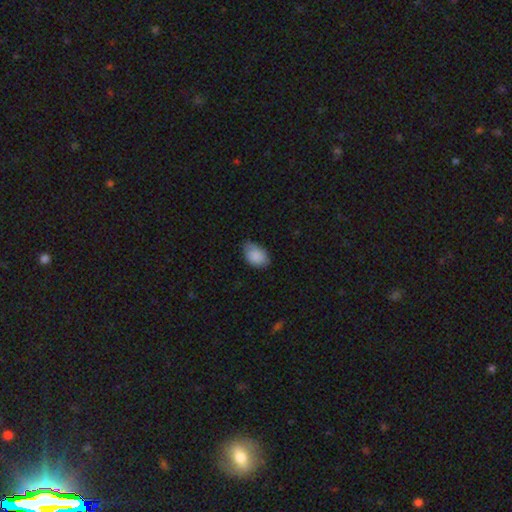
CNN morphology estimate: Smooth or featured: smooth — 86% (featured or disk — 7%)
How rounded: in between — 86% (round — 13%)
Merging: none — 65% (minor disturbance — 30%)